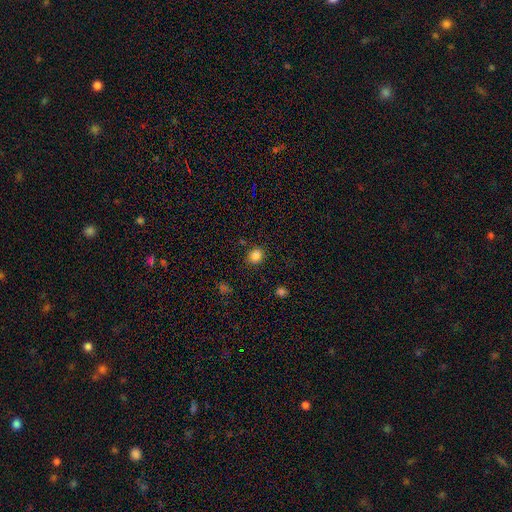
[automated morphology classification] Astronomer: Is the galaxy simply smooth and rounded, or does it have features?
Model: smooth — 78%.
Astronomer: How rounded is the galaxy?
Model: round — 75%.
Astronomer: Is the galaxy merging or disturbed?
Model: none — 82%.